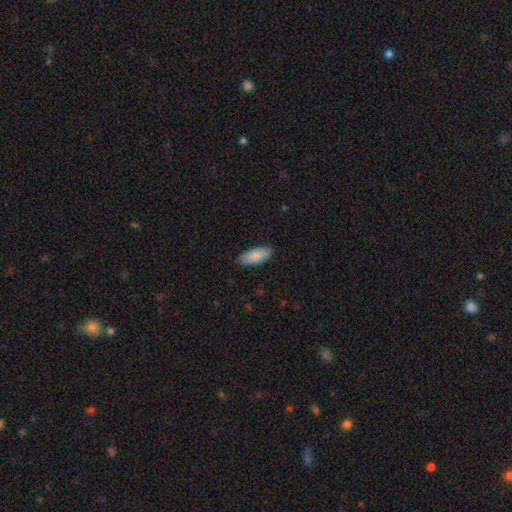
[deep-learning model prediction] smooth_or_featured: smooth (p=0.88) [alt: featured or disk p=0.06]
how_rounded: in between (p=0.83) [alt: cigar-shaped p=0.16]
merging: none (p=0.87) [alt: minor disturbance p=0.11]